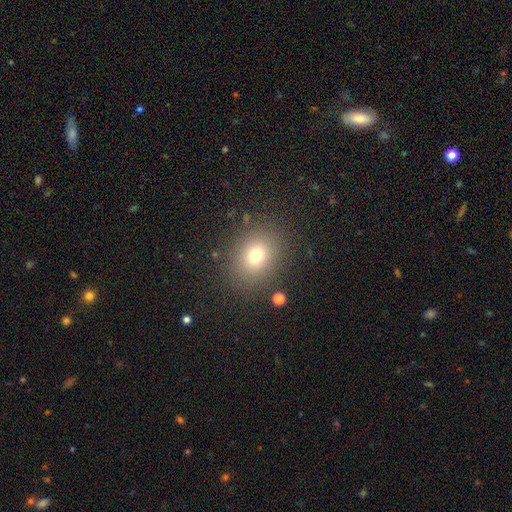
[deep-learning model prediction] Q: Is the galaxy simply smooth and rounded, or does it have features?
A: smooth — 73%.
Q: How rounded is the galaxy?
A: round — 55%.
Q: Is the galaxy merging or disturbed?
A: none — 85%.